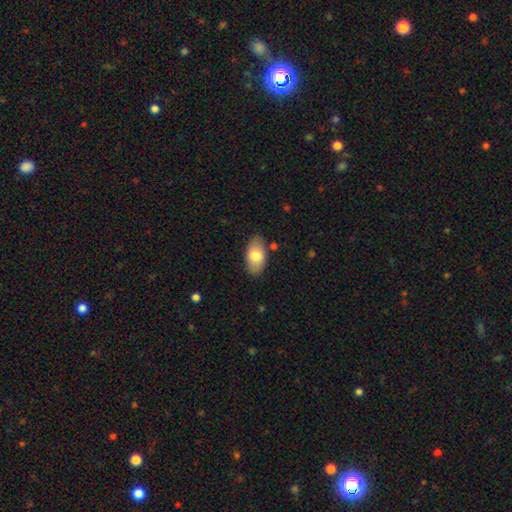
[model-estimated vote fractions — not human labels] Smooth or featured?
  - smooth: 79% *
  - featured or disk: 15%
  - star or artifact: 6%
How rounded?
  - in between: 94% *
  - round: 4%
  - cigar-shaped: 2%
Merging?
  - none: 83% *
  - minor disturbance: 12%
  - major disturbance: 3%
  - merger: 2%